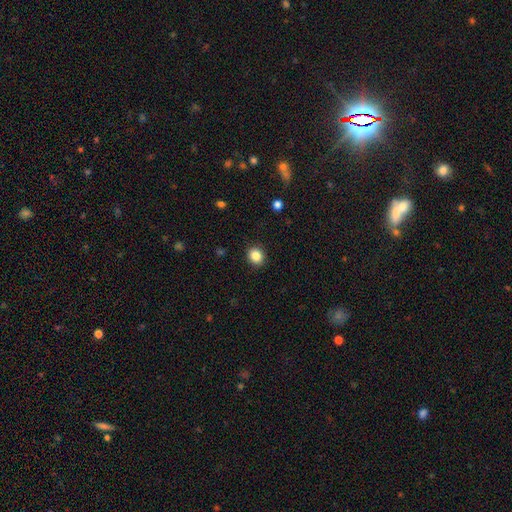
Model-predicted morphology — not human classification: Smooth or featured: smooth — 86% (star or artifact — 10%)
How rounded: round — 72% (in between — 27%)
Merging: none — 90% (minor disturbance — 7%)